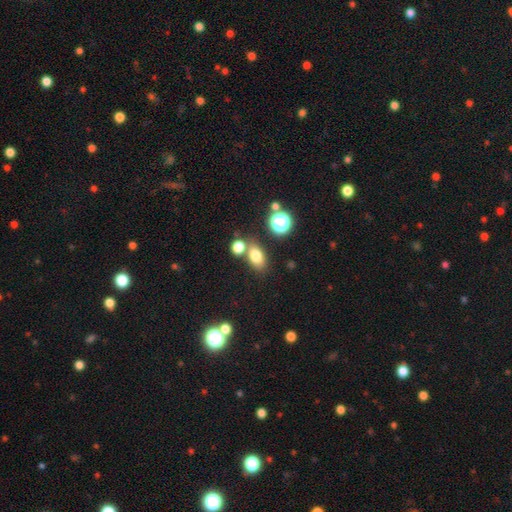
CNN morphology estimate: Smooth or featured? smooth (77%)
How rounded? in between (78%)
Merging? none (63%)